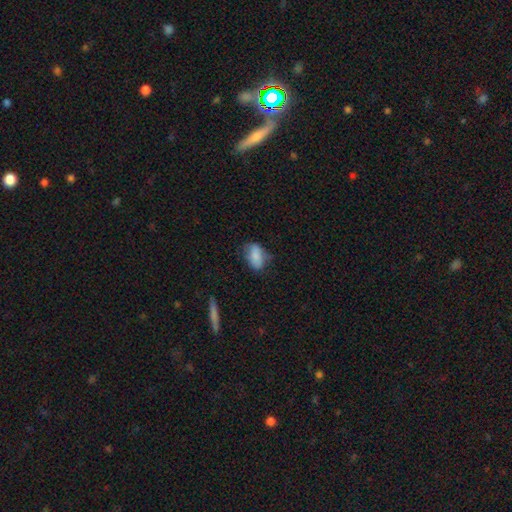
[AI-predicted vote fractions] Smooth or featured?
  - smooth: 79% *
  - featured or disk: 13%
  - star or artifact: 8%
How rounded?
  - in between: 89% *
  - round: 8%
  - cigar-shaped: 3%
Merging?
  - none: 54% *
  - minor disturbance: 32%
  - major disturbance: 12%
  - merger: 2%